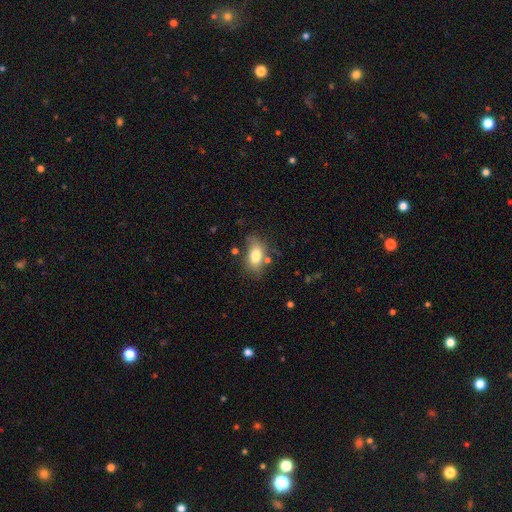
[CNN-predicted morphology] type=smooth (77%); roundness=in between (86%); merging=none (70%).